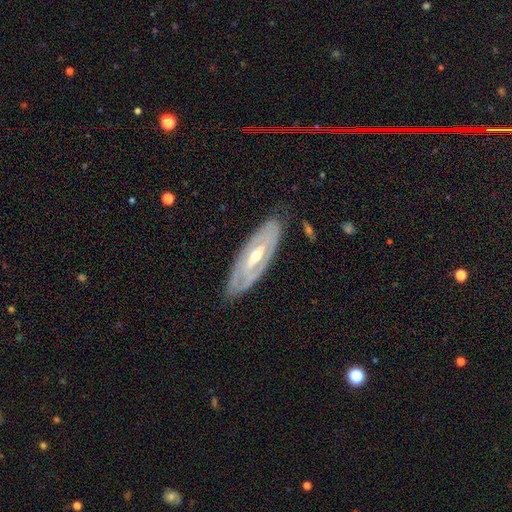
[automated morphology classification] Smooth or featured? Predicted: featured or disk (p=0.79). Edge-on disk? Predicted: no (p=0.80). Bar? Predicted: weak (p=0.37). Spiral arms? Predicted: yes (p=0.66). Bulge size? Predicted: moderate (p=0.61). Merging? Predicted: none (p=0.79).